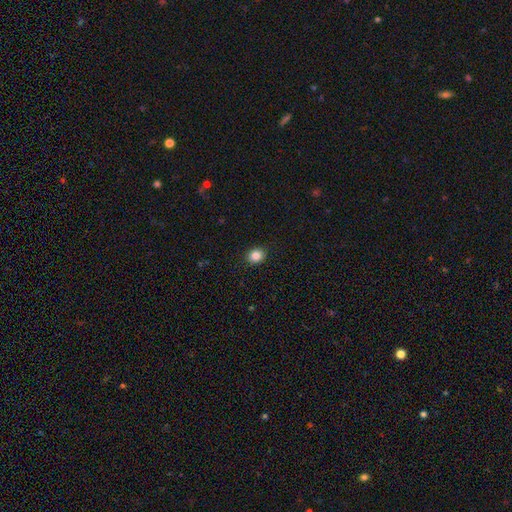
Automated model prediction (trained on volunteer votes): Smooth or featured: smooth — 85% (star or artifact — 10%)
How rounded: round — 69% (in between — 30%)
Merging: none — 90% (minor disturbance — 7%)